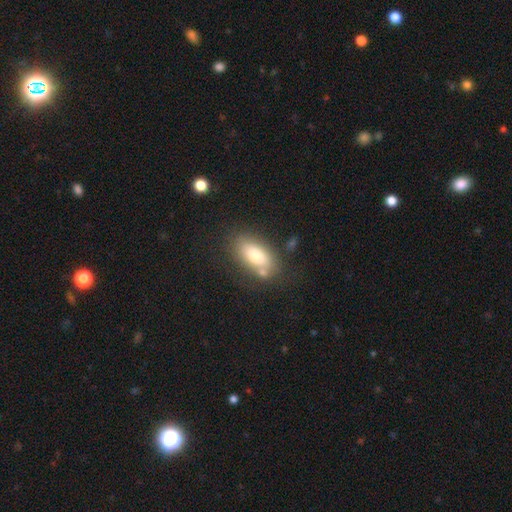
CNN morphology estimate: Q: Smooth or featured?
A: smooth (74%); runner-up: featured or disk (18%)
Q: How rounded?
A: in between (88%); runner-up: cigar-shaped (7%)
Q: Merging?
A: none (68%); runner-up: minor disturbance (16%)